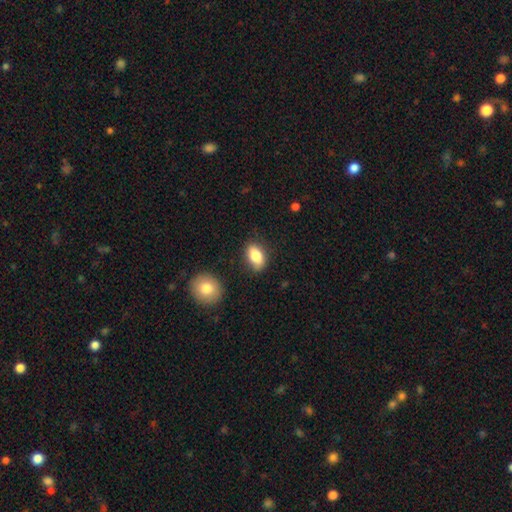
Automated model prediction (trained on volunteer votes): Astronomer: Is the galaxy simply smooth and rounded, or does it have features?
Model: smooth — 83%.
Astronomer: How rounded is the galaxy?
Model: in between — 87%.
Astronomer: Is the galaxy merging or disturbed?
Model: none — 79%.